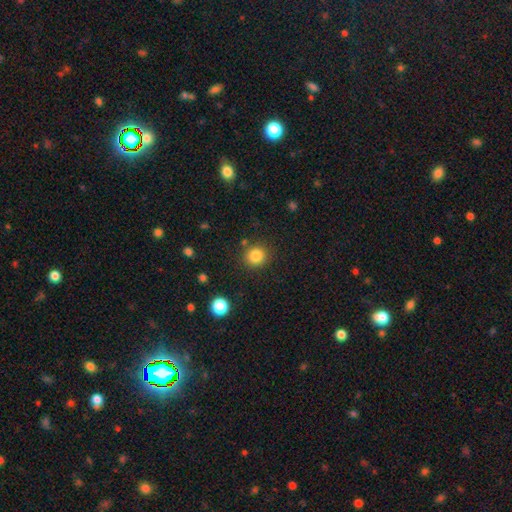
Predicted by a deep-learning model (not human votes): A smooth galaxy with no disk features (84%) that is round (91%).

Vote fractions:
- Smooth or featured? smooth: 84% / star or artifact: 11% / featured or disk: 4%
- How rounded? round: 91% / in between: 8% / cigar-shaped: 1%
- Merging? none: 86% / minor disturbance: 8% / major disturbance: 3% / merger: 3%